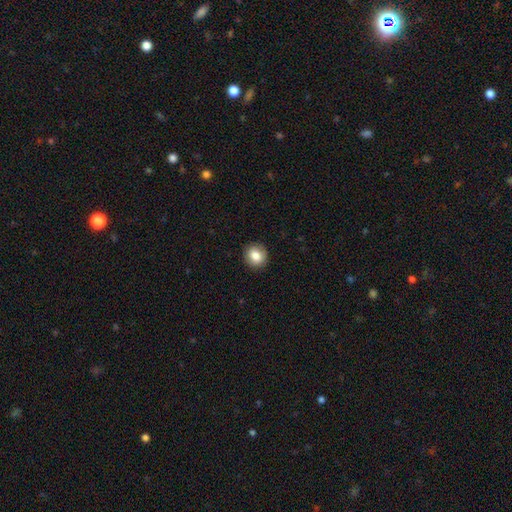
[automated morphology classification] The model was most divided on "how rounded": round: 85%, in between: 14%, cigar-shaped: 1%. More confident: merging — none (90%); smooth or featured — smooth (83%).